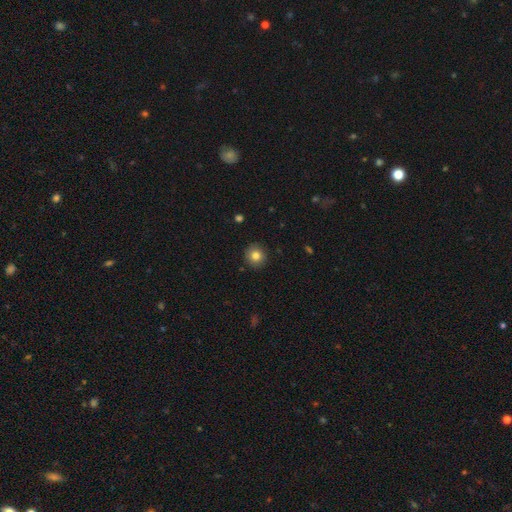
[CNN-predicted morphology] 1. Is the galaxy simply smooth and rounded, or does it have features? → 81% smooth, 11% star or artifact, 8% featured or disk.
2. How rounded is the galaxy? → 93% round, 6% in between, 1% cigar-shaped.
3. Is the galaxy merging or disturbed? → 91% none, 6% minor disturbance, 2% major disturbance, 1% merger.